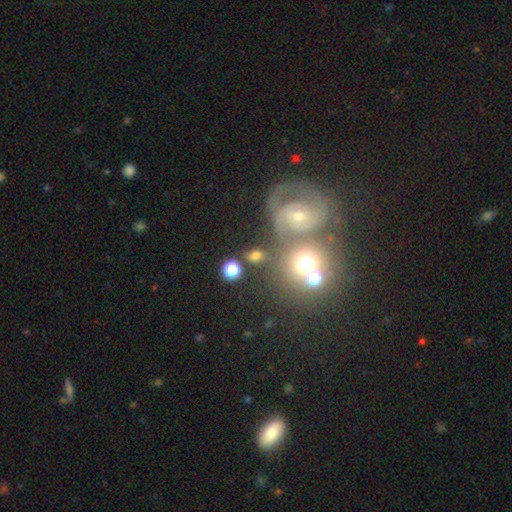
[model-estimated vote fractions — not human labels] This appears to be a smooth galaxy with no disk features (64%) that is round (60%). Merging: none (63%).